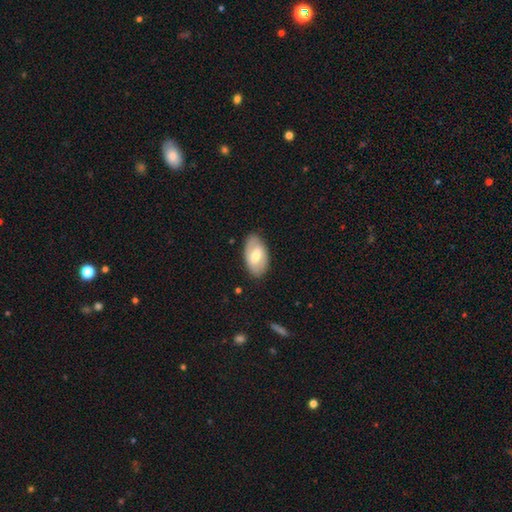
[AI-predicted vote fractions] smooth_or_featured: smooth (p=0.50) [alt: featured or disk p=0.44]
how_rounded: in between (p=0.94) [alt: round p=0.05]
merging: none (p=0.84) [alt: minor disturbance p=0.12]